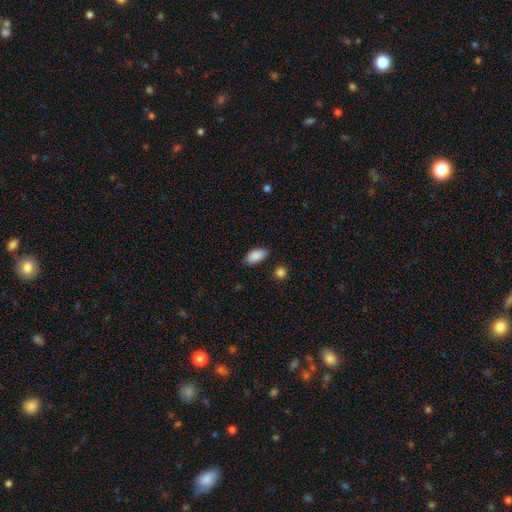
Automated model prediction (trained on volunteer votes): A smooth galaxy with no disk features (89%) that is in between round and cigar-shaped (92%). Merging: none (82%).